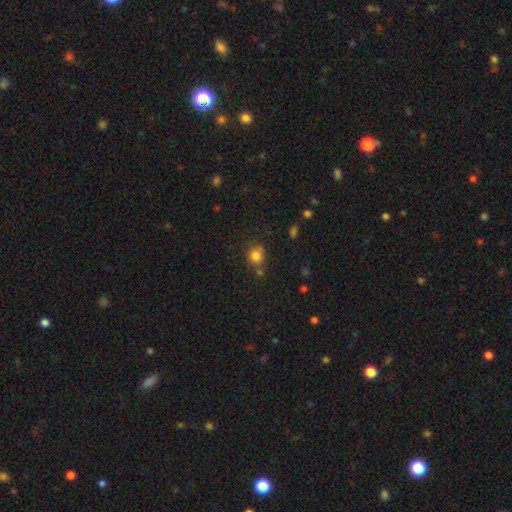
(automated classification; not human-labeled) Smooth or featured: smooth — 80% (star or artifact — 13%)
How rounded: round — 81% (in between — 18%)
Merging: none — 63% (minor disturbance — 17%)